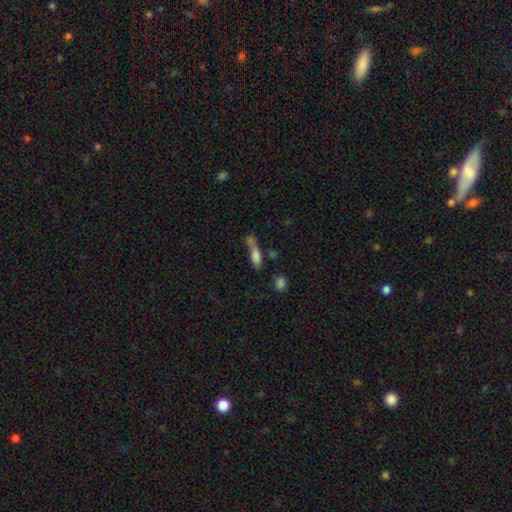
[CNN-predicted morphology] The model was most divided on "merging": merger: 43%, none: 33%, minor disturbance: 15%, major disturbance: 10%. More confident: smooth or featured — smooth (76%); how rounded — in between (56%).